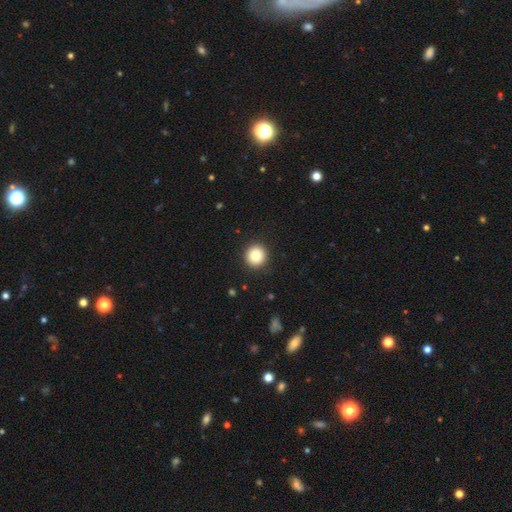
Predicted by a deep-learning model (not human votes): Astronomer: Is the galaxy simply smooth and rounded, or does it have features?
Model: smooth — 85%.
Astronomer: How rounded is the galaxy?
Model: round — 94%.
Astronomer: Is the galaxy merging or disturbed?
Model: none — 92%.